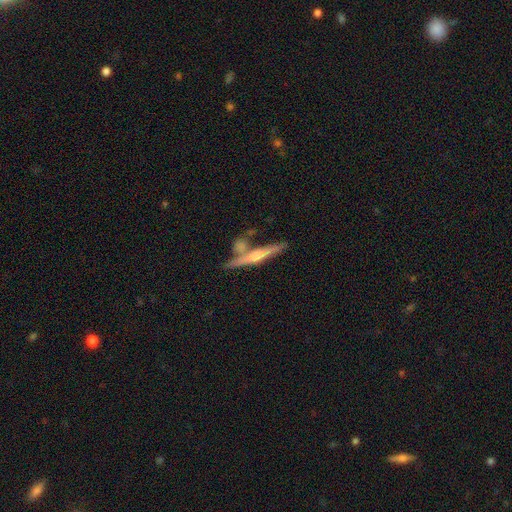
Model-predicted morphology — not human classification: This is likely a featured or disk galaxy (65%). It is clearly viewed edge-on (96%). Edge-on bulge: likely rounded (66%). Merging: likely none (64%).